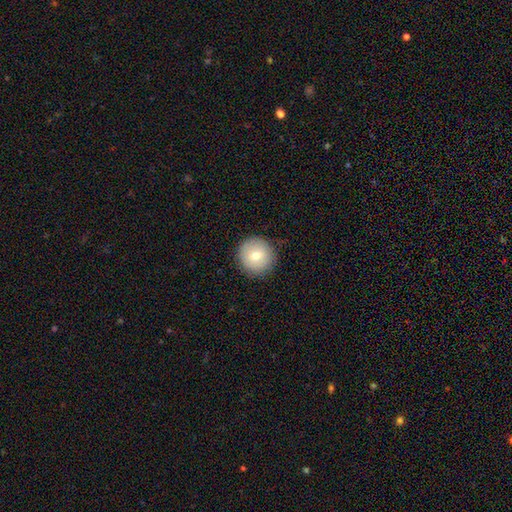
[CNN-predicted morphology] Smooth or featured?
  - smooth: 72% *
  - featured or disk: 19%
  - star or artifact: 9%
How rounded?
  - round: 95% *
  - in between: 4%
  - cigar-shaped: 1%
Merging?
  - none: 89% *
  - minor disturbance: 8%
  - major disturbance: 2%
  - merger: 1%